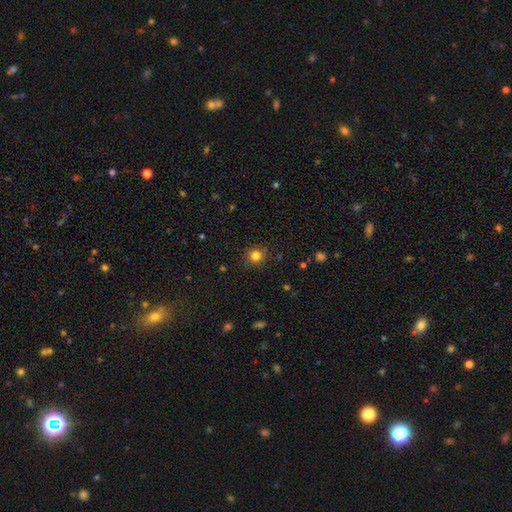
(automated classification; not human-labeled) smooth-or-featured: smooth: 81% | star or artifact: 14% | featured or disk: 5%
  how-rounded: round: 90% | in between: 9% | cigar-shaped: 1%
  merging: none: 89% | minor disturbance: 8% | major disturbance: 2% | merger: 1%